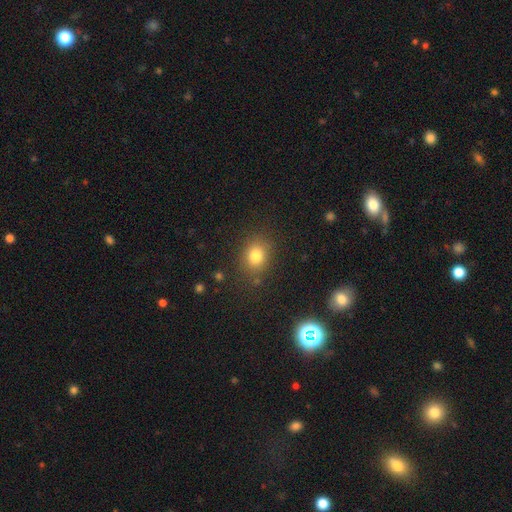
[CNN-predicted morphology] smooth-or-featured: smooth: 80% | star or artifact: 12% | featured or disk: 7%
  how-rounded: round: 57% | in between: 42% | cigar-shaped: 1%
  merging: none: 82% | minor disturbance: 11% | major disturbance: 4% | merger: 2%